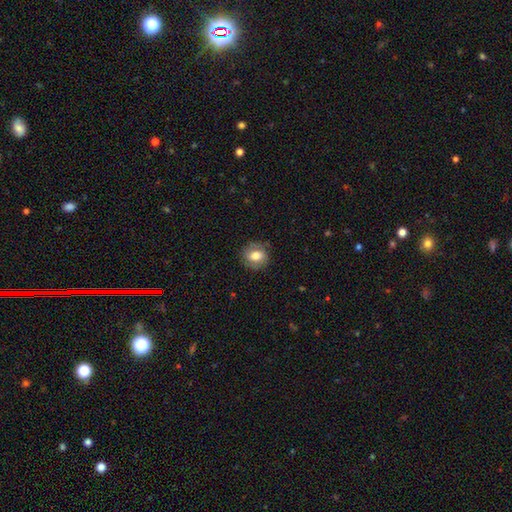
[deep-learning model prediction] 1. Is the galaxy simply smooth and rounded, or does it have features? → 63% smooth, 29% featured or disk, 8% star or artifact.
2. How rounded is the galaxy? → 63% round, 36% in between, 1% cigar-shaped.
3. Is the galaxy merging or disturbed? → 78% none, 15% minor disturbance, 5% major disturbance, 1% merger.